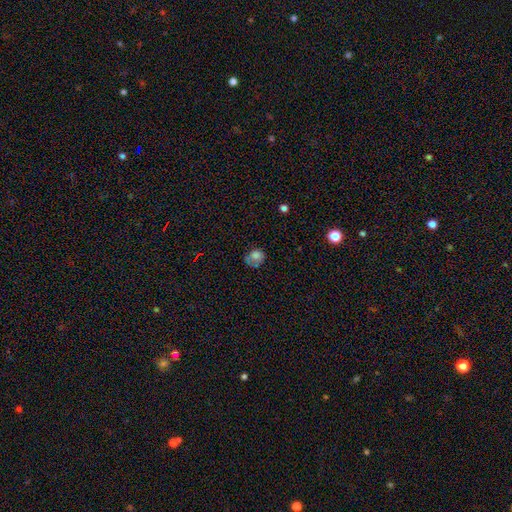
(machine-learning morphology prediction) Smooth or featured? Predicted: smooth (p=0.73). How rounded? Predicted: round (p=0.64). Merging? Predicted: none (p=0.43).